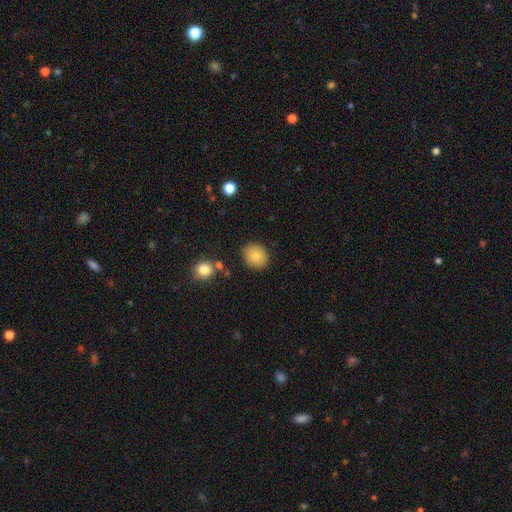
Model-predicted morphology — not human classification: This appears to be a smooth galaxy with no disk features (81%) that is round (78%). Merging: none (85%).